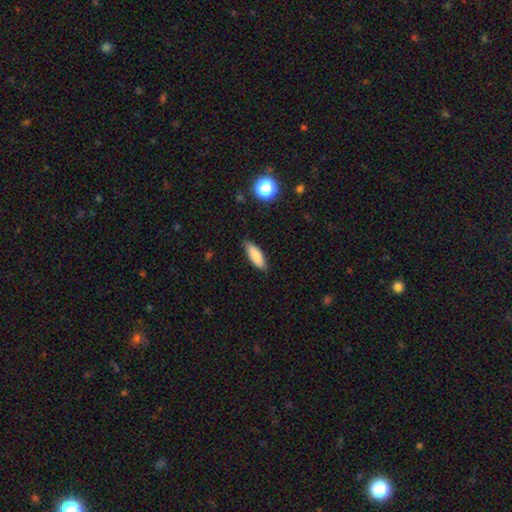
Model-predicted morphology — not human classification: A smooth galaxy with no disk features (83%) that is in between round and cigar-shaped (62%). Merging: none (85%).